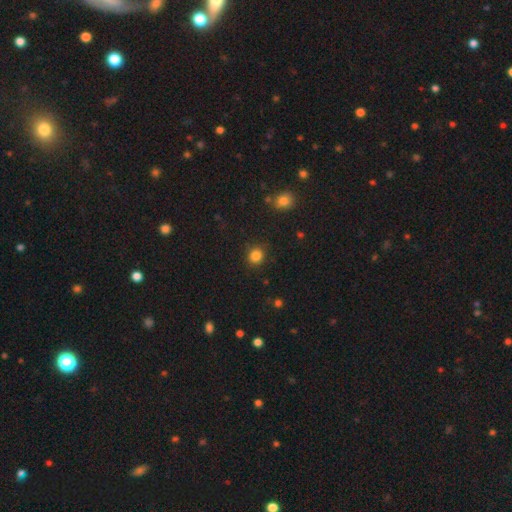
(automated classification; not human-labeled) smooth_or_featured: smooth (p=0.84) [alt: star or artifact p=0.12]
how_rounded: round (p=0.86) [alt: in between p=0.13]
merging: none (p=0.88) [alt: minor disturbance p=0.08]